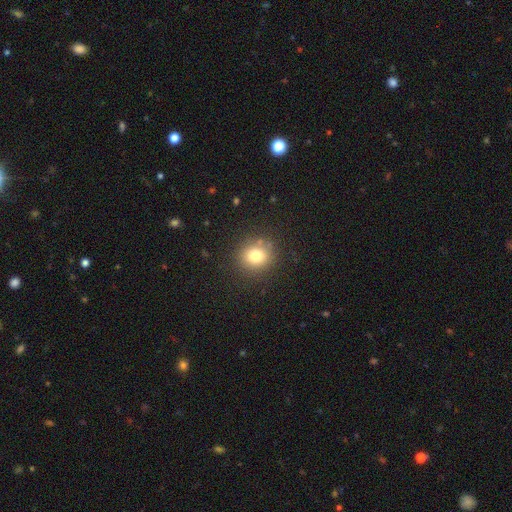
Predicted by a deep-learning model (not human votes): smooth_or_featured: smooth (p=0.78) [alt: star or artifact p=0.13]
how_rounded: round (p=0.80) [alt: in between p=0.19]
merging: none (p=0.83) [alt: minor disturbance p=0.10]